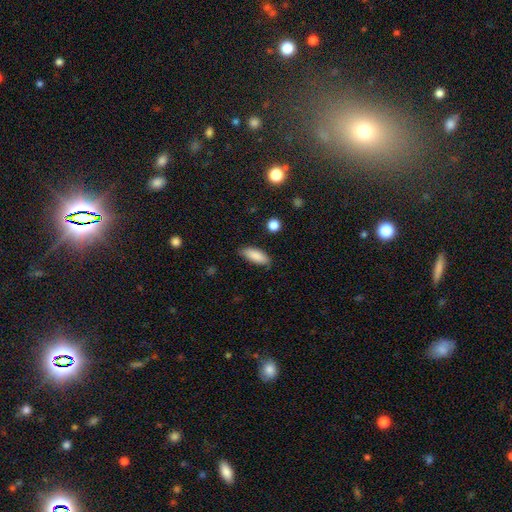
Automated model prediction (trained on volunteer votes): Smooth or featured?
  - smooth: 87% *
  - star or artifact: 7%
  - featured or disk: 6%
How rounded?
  - in between: 74% *
  - cigar-shaped: 24%
  - round: 2%
Merging?
  - none: 83% *
  - minor disturbance: 13%
  - major disturbance: 2%
  - merger: 1%